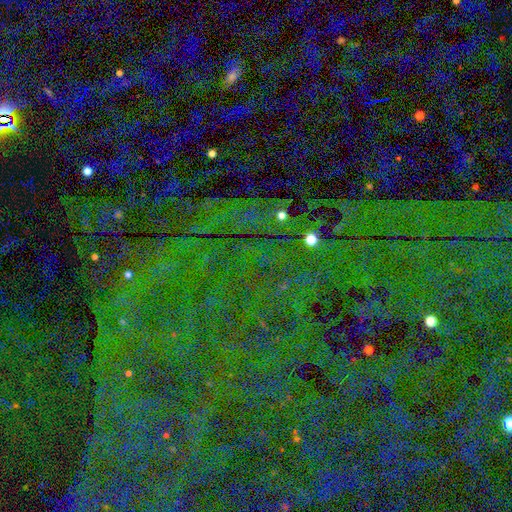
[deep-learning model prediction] Overall: star or artifact (83%).